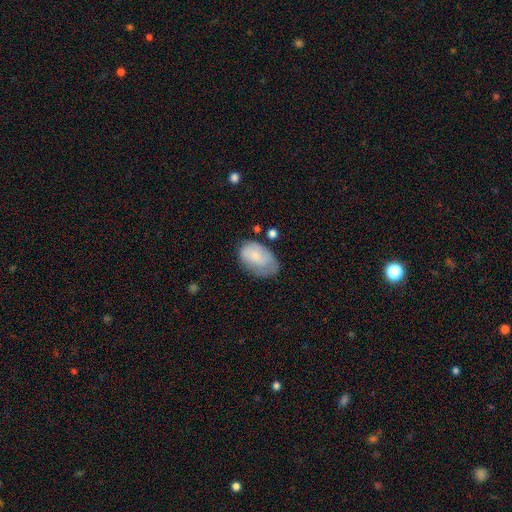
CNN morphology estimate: The model was most divided on "merging": none: 48%, minor disturbance: 35%, major disturbance: 13%, merger: 4%. More confident: how rounded — in between (89%); smooth or featured — smooth (72%).